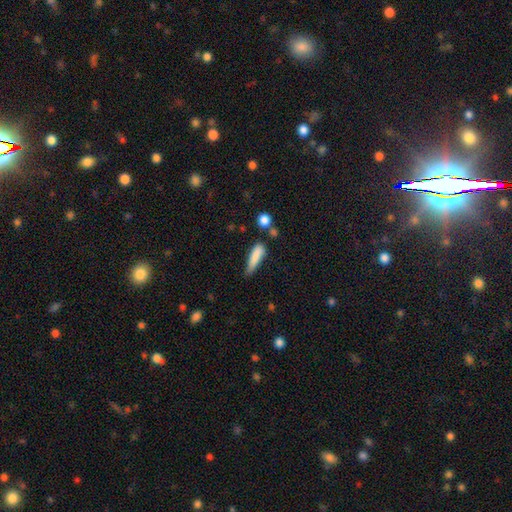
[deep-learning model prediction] smooth 81%, featured or disk 11%, star or artifact 7%. Down the decision tree: how rounded — cigar-shaped (69%); merging — none (43%).